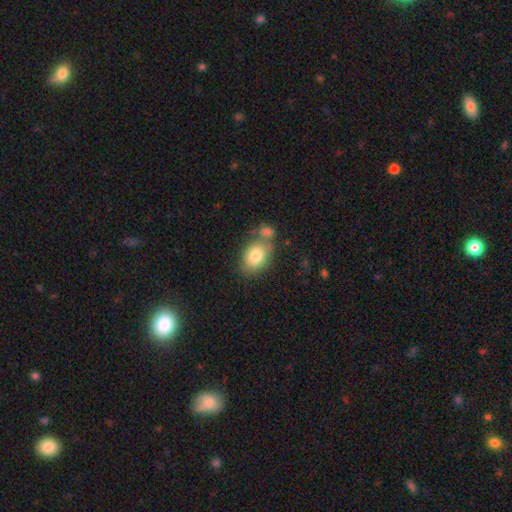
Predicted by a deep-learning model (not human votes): Smooth or featured: smooth — 81% (featured or disk — 11%)
How rounded: in between — 71% (round — 28%)
Merging: none — 52% (merger — 27%)